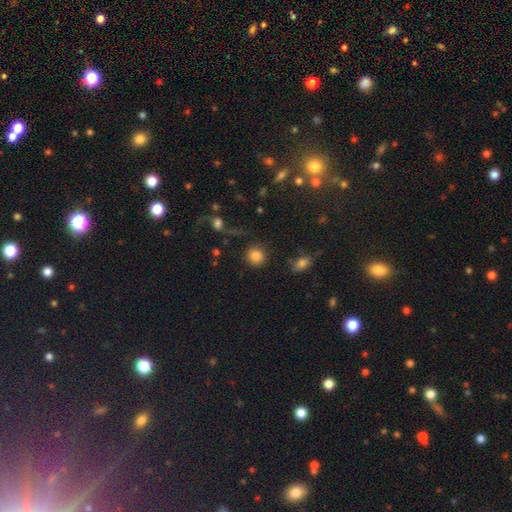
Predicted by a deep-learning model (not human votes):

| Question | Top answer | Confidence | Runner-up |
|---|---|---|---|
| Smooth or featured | smooth | 83% | star or artifact (10%) |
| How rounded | round | 92% | in between (7%) |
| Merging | none | 86% | minor disturbance (7%) |